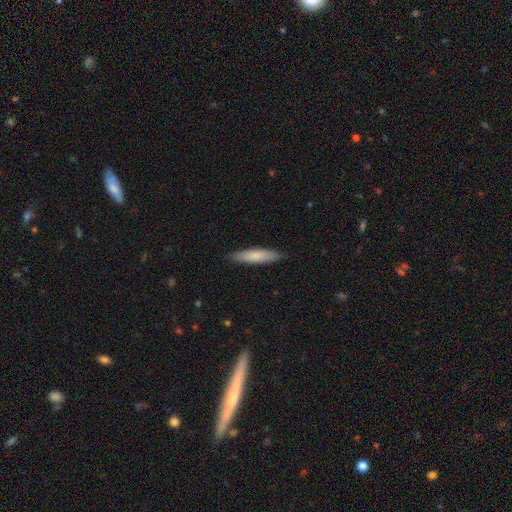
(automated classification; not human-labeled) Smooth or featured? Predicted: smooth (p=0.77). How rounded? Predicted: cigar-shaped (p=0.82). Merging? Predicted: none (p=0.88).